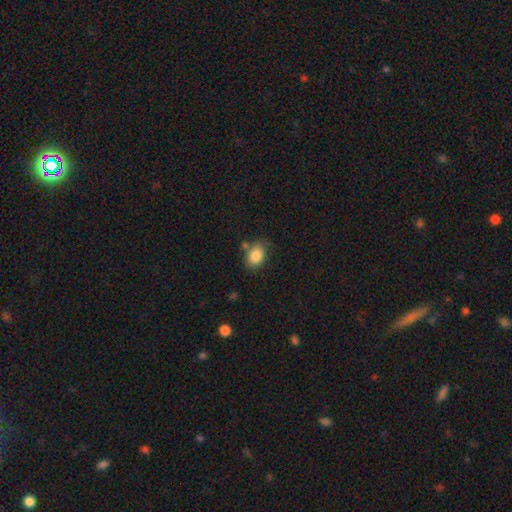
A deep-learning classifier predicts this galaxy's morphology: This is clearly a smooth galaxy (86%). How rounded: likely in between (78%). Merging: likely none (69%).